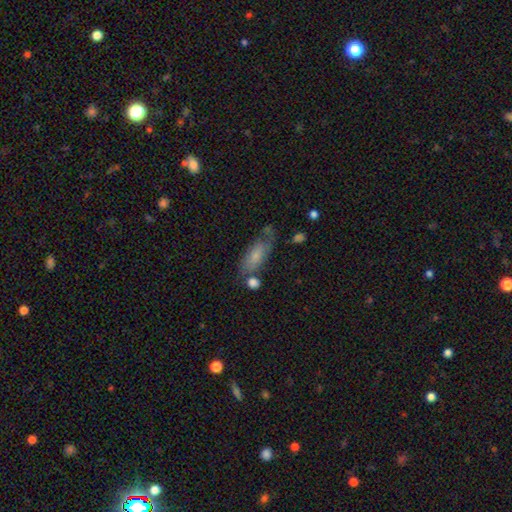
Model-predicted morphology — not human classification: Smooth or featured? Predicted: smooth (p=0.71). How rounded? Predicted: in between (p=0.77). Merging? Predicted: none (p=0.53).